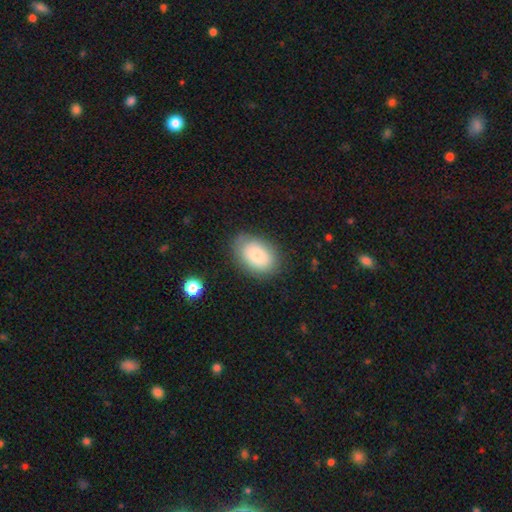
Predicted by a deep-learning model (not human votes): Smooth or featured? smooth (81%)
How rounded? in between (85%)
Merging? none (79%)